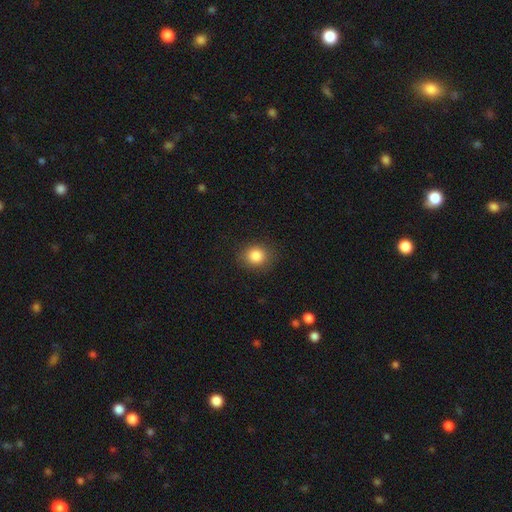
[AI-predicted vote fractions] smooth 85%, star or artifact 10%, featured or disk 5%. Down the decision tree: how rounded — round (74%); merging — none (86%).